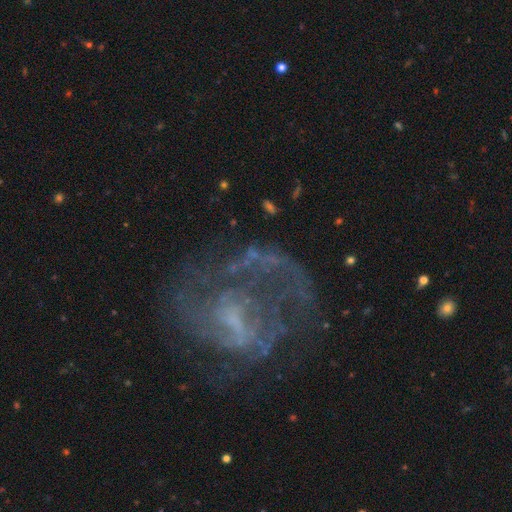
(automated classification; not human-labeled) The model was most divided on "spiral arm count": can't tell: 31%, 2: 28%, 1: 17%, 3: 12%, 4: 6%, more than 4: 6%. Remaining: edge-on disk — no (98%); smooth or featured — featured or disk (78%); spiral arms — yes (77%); bar — no (48%); merging — none (46%); spiral winding — medium (40%); bulge size — none (37%).